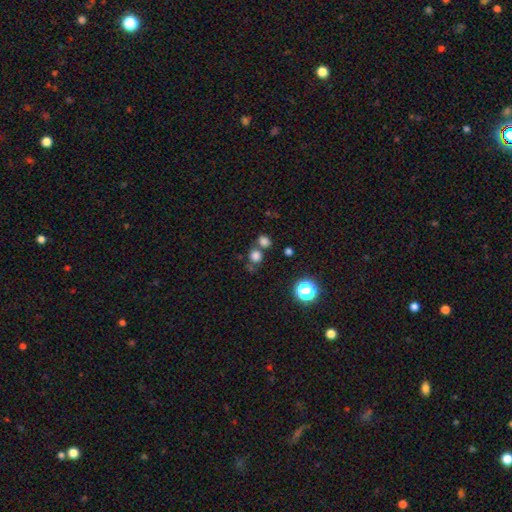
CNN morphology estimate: smooth_or_featured: smooth (p=0.77) [alt: star or artifact p=0.17]
how_rounded: round (p=0.81) [alt: in between p=0.18]
merging: none (p=0.59) [alt: merger p=0.28]